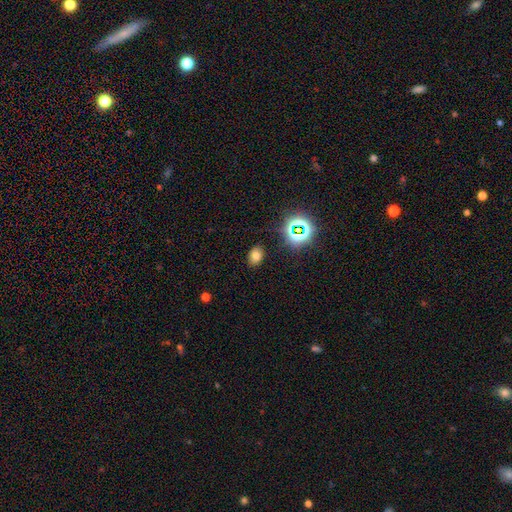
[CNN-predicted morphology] type=smooth (71%); roundness=in between (72%); merging=none (85%).